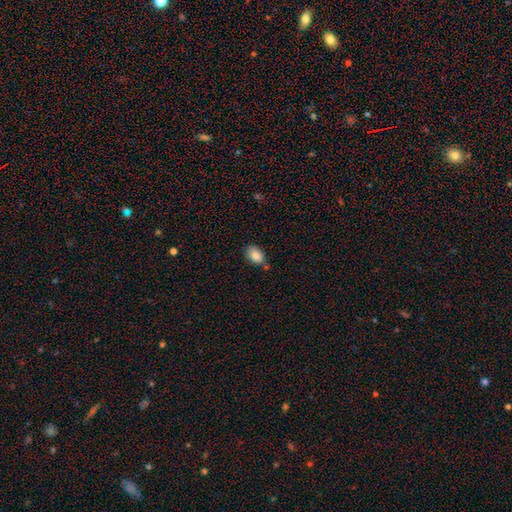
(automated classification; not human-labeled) Morphology: type=smooth (86%); roundness=in between (87%); merging=none (69%).